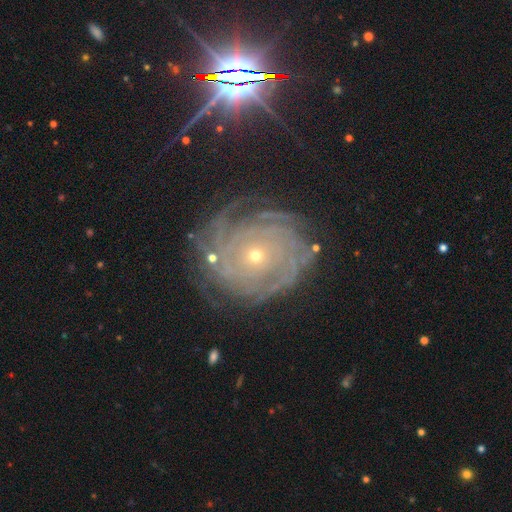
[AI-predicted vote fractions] smooth-or-featured: featured or disk: 86% | star or artifact: 8% | smooth: 7%
  disk-edge-on: no: 97% | yes: 3%
    bar: no: 83% | weak: 13% | strong: 5%
    has-spiral-arms: yes: 96% | no: 4%
      spiral-winding: tight: 81% | medium: 15% | loose: 4%
      spiral-arm-count: can't tell: 27% | more than 4: 24% | 4: 19% | 3: 13% | 2: 10% | 1: 7%
    bulge-size: small: 77% | moderate: 20% | large: 1% | none: 1% | dominant: 1%
  merging: none: 73% | minor disturbance: 17% | major disturbance: 9% | merger: 2%